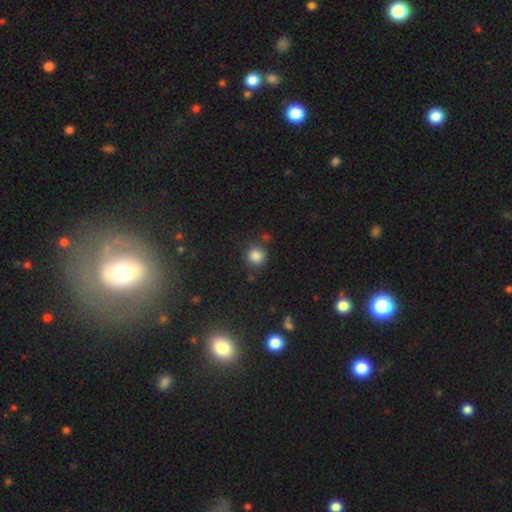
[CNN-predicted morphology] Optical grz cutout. It shows a smooth galaxy with no disk features (83%) that is round (91%). Merging: none (80%).